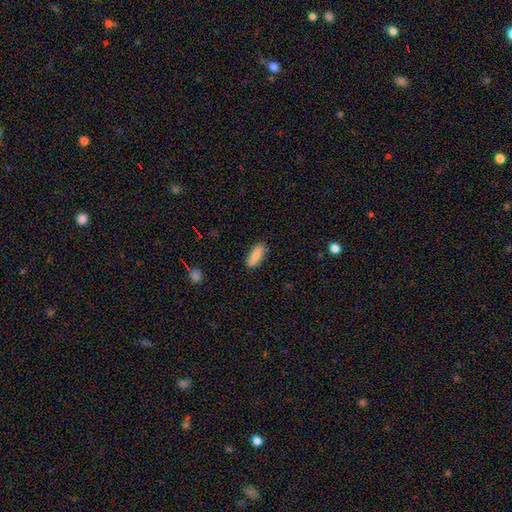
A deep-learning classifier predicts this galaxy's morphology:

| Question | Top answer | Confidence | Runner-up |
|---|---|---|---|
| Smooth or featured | smooth | 80% | featured or disk (13%) |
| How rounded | in between | 67% | cigar-shaped (31%) |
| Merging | none | 83% | minor disturbance (13%) |